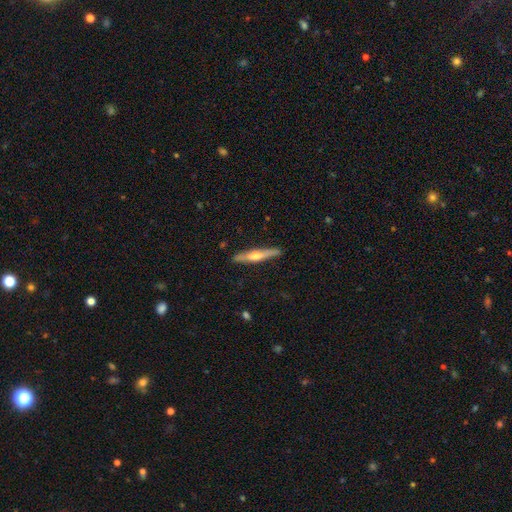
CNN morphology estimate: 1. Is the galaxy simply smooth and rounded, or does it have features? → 64% featured or disk, 30% smooth, 5% star or artifact.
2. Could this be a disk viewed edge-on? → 96% yes, 4% no.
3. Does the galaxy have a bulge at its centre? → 88% rounded, 7% none, 6% boxy.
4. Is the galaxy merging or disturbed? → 88% none, 9% minor disturbance, 2% major disturbance, 1% merger.